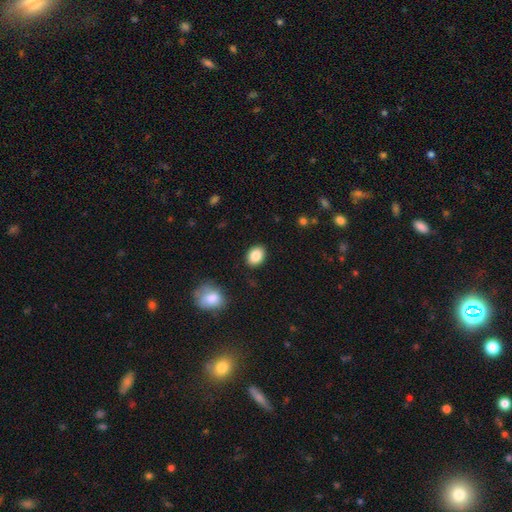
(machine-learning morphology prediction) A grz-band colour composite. It shows a smooth galaxy with no disk features (87%) that is in between round and cigar-shaped (66%). Merging: none (89%).